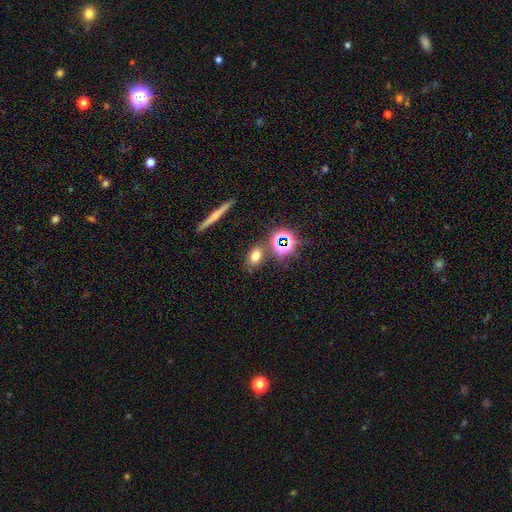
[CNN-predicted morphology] This appears to be a smooth galaxy with no disk features (66%) that is in between round and cigar-shaped (72%). Merging: none (78%).